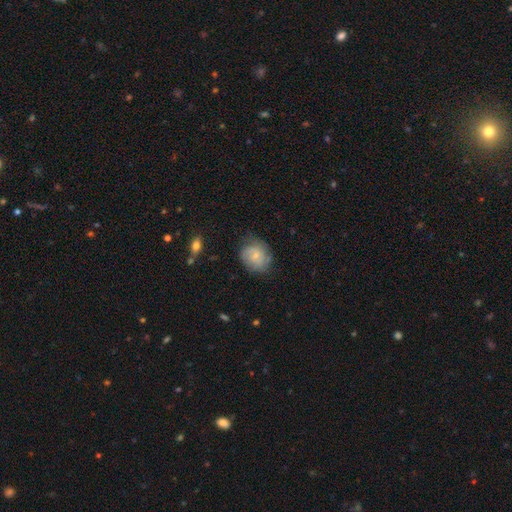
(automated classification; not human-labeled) Morphology: type=smooth (51%); roundness=round (66%); merging=none (67%).